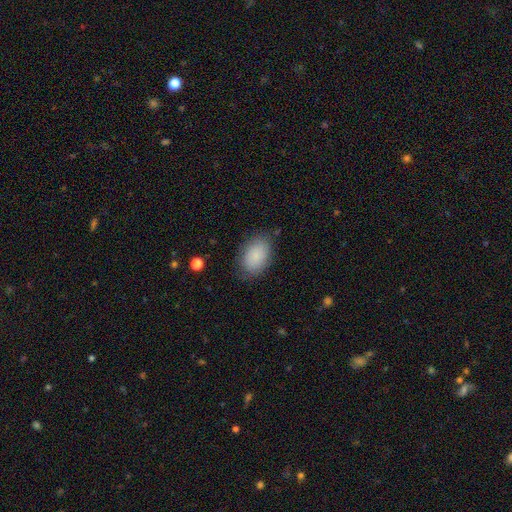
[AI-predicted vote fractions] Smooth or featured? Predicted: smooth (p=0.85). How rounded? Predicted: in between (p=0.85). Merging? Predicted: none (p=0.80).